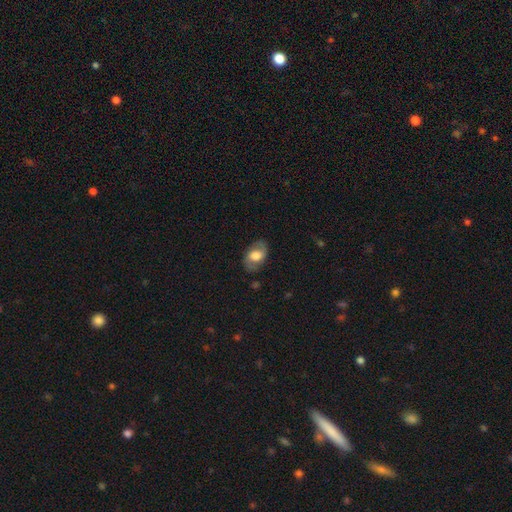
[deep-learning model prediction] smooth-or-featured: featured or disk: 54% | smooth: 39% | star or artifact: 7%
  disk-edge-on: no: 94% | yes: 6%
    bar: no: 50% | weak: 37% | strong: 13%
    has-spiral-arms: yes: 72% | no: 28%
    bulge-size: large: 49% | moderate: 32% | small: 8% | dominant: 7% | none: 4%
  merging: none: 76% | minor disturbance: 16% | major disturbance: 7% | merger: 1%